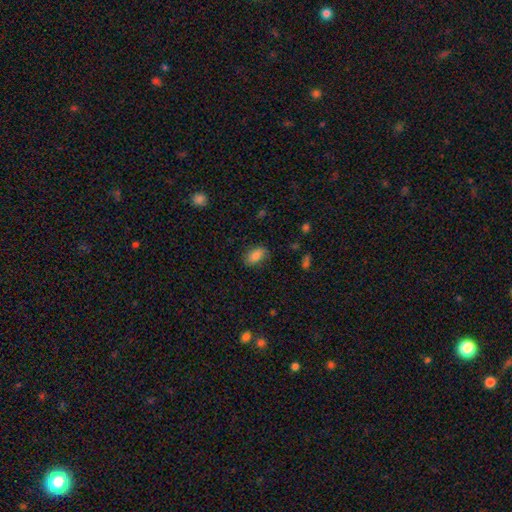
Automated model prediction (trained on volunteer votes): Smooth or featured? Predicted: smooth (p=0.79). How rounded? Predicted: in between (p=0.89). Merging? Predicted: none (p=0.81).